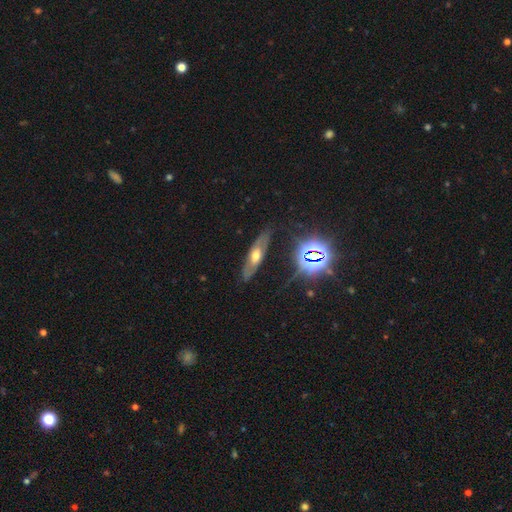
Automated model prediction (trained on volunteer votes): Q: Smooth or featured?
A: featured or disk (52%); runner-up: smooth (33%)
Q: Edge-on disk?
A: no (52%); runner-up: yes (48%)
Q: Merging?
A: none (77%); runner-up: minor disturbance (16%)